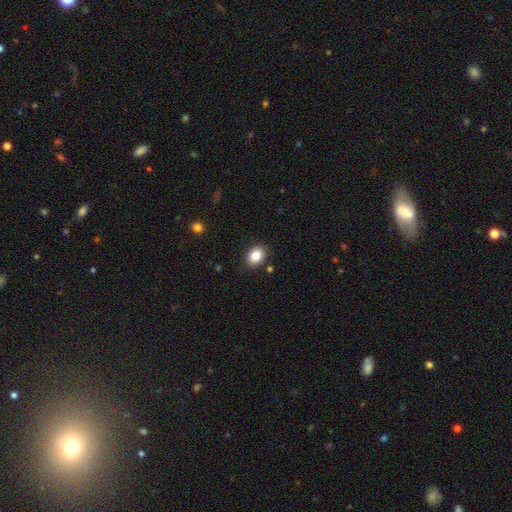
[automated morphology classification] Overall: smooth (84%). How rounded: in between (63%; round 36%). Merging: none (87%).